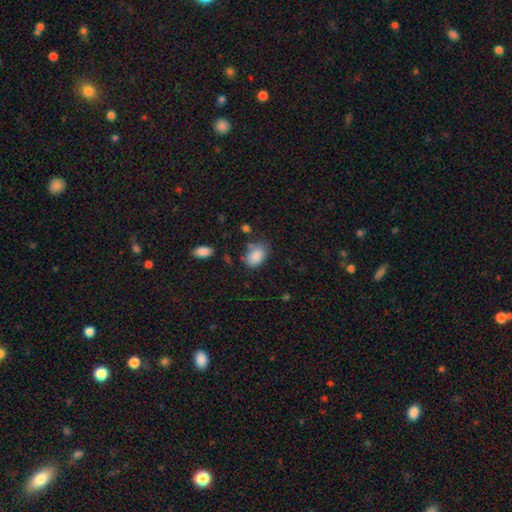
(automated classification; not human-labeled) Overall: smooth (86%). How rounded: in between (85%). Merging: none (60%; minor disturbance 26%).